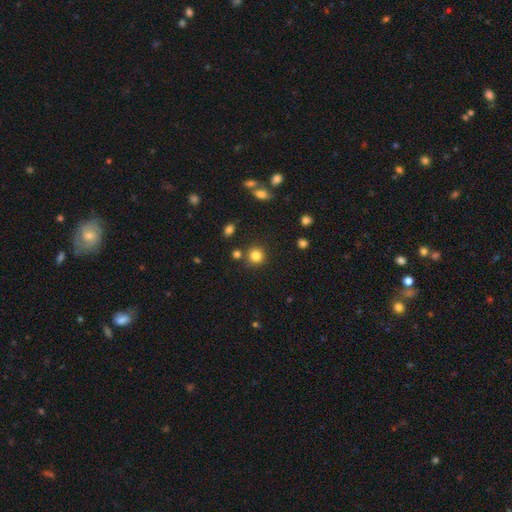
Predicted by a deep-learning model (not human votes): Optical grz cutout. It shows a smooth galaxy with no disk features (82%) that is round (92%). Merging: none (83%).